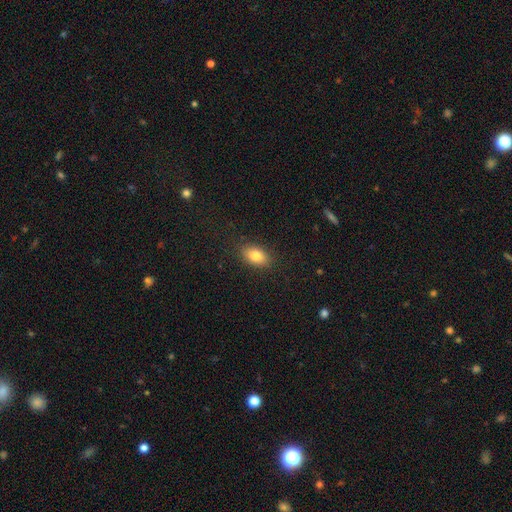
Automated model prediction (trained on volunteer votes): This appears to be a smooth galaxy with no disk features (82%) that is in between round and cigar-shaped (88%). Merging: none (87%).